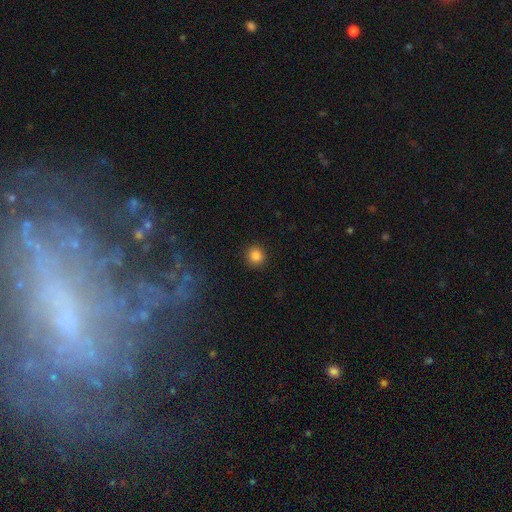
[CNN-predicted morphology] type=smooth (85%); roundness=round (93%); merging=none (92%).